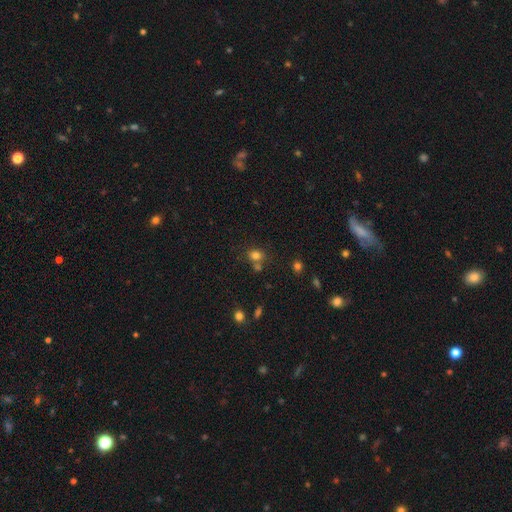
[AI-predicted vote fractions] Q: Smooth or featured?
A: smooth (77%); runner-up: star or artifact (15%)
Q: How rounded?
A: in between (52%); runner-up: round (47%)
Q: Merging?
A: none (58%); runner-up: merger (25%)